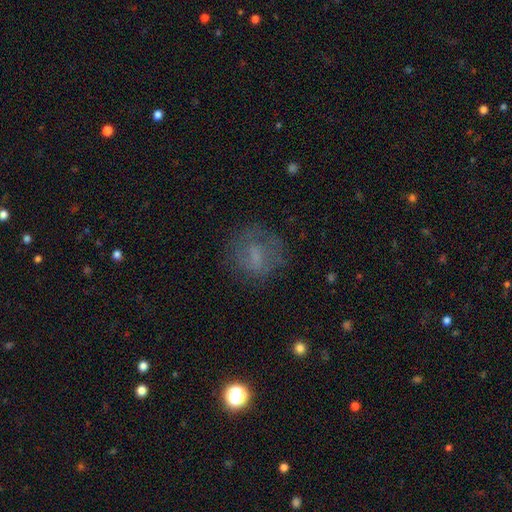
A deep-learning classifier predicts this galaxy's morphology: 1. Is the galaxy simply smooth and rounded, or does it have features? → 53% smooth, 33% featured or disk, 15% star or artifact.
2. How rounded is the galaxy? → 73% round, 25% in between, 2% cigar-shaped.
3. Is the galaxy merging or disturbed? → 67% none, 18% minor disturbance, 14% major disturbance, 2% merger.